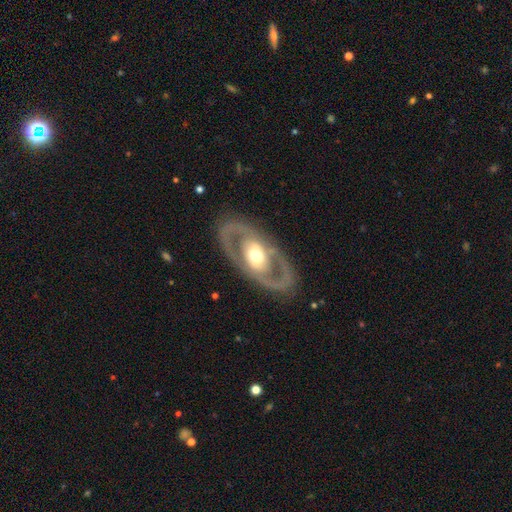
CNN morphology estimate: Smooth or featured? featured or disk (75%)
Edge-on disk? no (90%)
Bar? no (69%)
Spiral arms? no (63%)
Bulge size? moderate (67%)
Merging? none (82%)